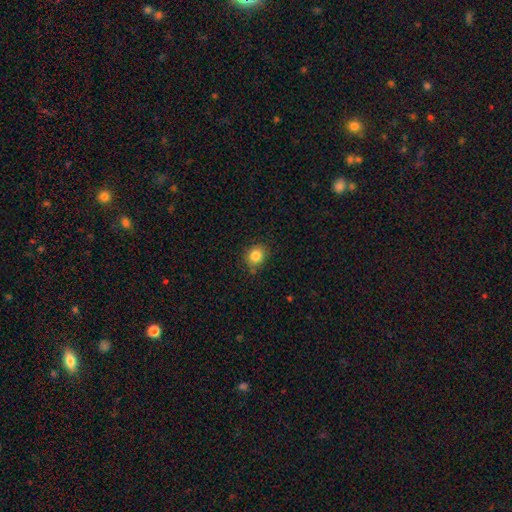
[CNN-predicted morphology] The model was most divided on "how rounded": round: 74%, in between: 25%, cigar-shaped: 1%. More confident: smooth or featured — smooth (84%); merging — none (81%).